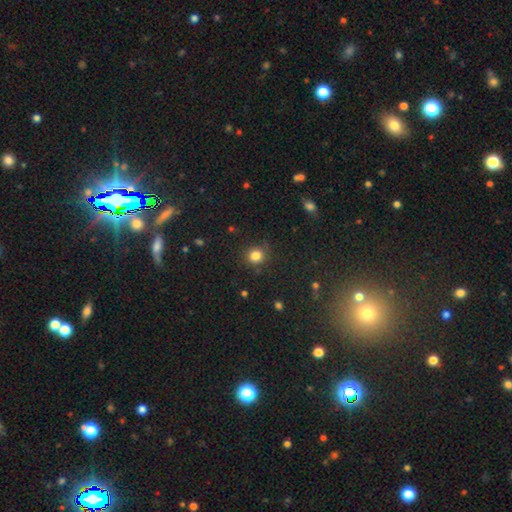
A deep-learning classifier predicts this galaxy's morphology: Overall: smooth (82%). How rounded: round (88%). Merging: none (85%).